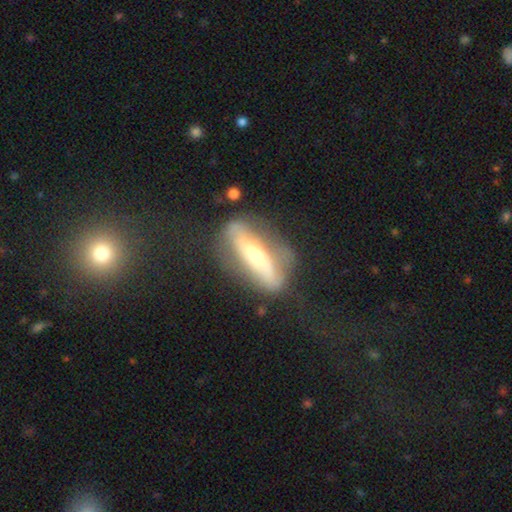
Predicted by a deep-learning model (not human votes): Morphology: type=featured or disk (64%); edge-on=no (55%); merging=none (60%).